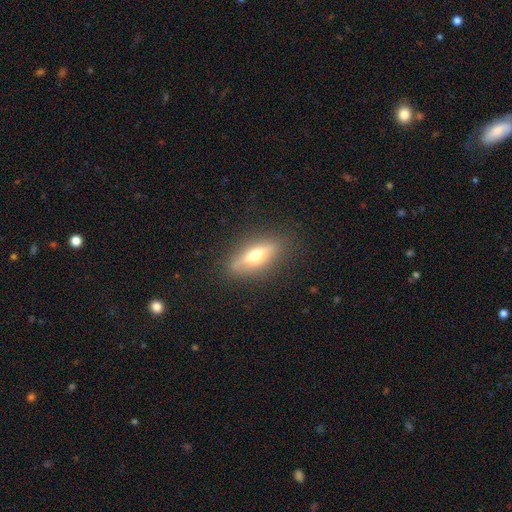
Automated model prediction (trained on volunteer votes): smooth_or_featured: smooth (p=0.50) [alt: featured or disk p=0.42]
how_rounded: in between (p=0.56) [alt: cigar-shaped p=0.40]
merging: none (p=0.85) [alt: minor disturbance p=0.11]